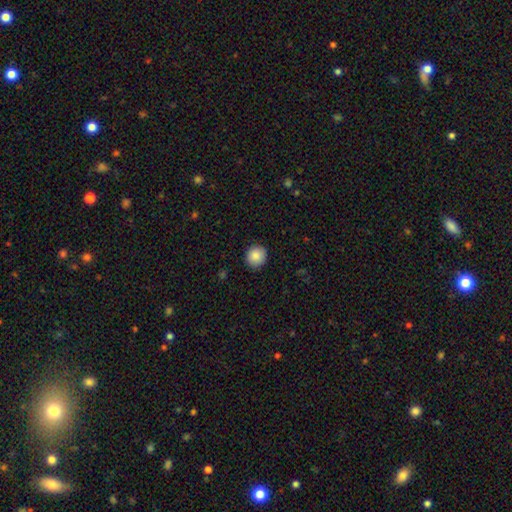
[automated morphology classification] Smooth or featured: smooth — 88% (star or artifact — 8%)
How rounded: round — 89% (in between — 10%)
Merging: none — 91% (minor disturbance — 6%)